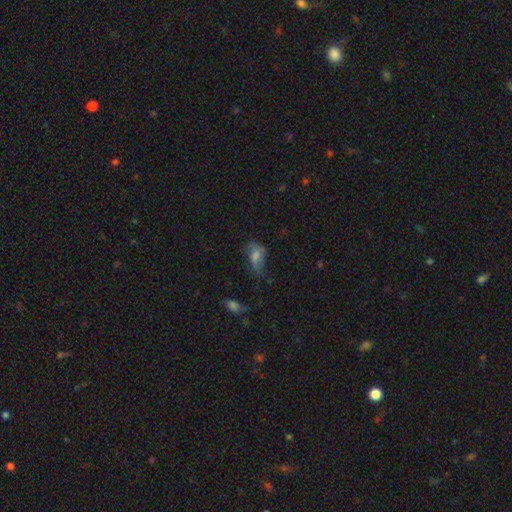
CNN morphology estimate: type=smooth (46%); merging=none (47%).